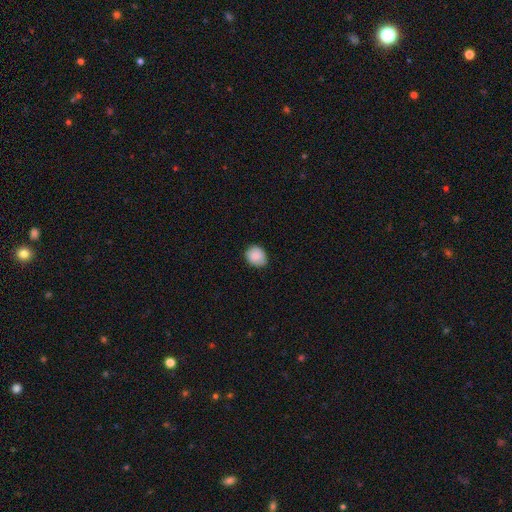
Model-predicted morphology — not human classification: Smooth or featured? Predicted: smooth (p=0.87). How rounded? Predicted: round (p=0.63). Merging? Predicted: none (p=0.81).